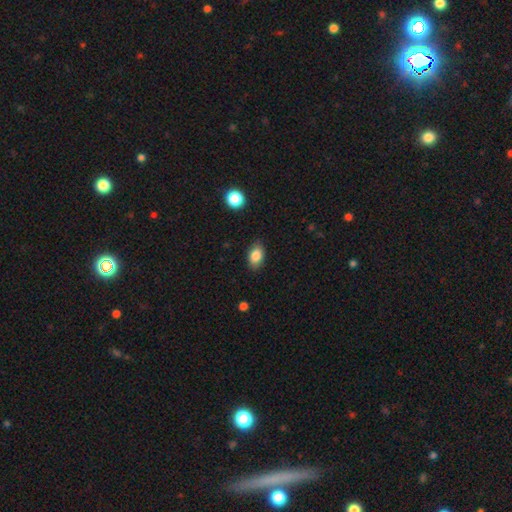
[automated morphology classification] smooth 84%, star or artifact 8%, featured or disk 7%. Down the decision tree: how rounded — in between (86%); merging — none (85%).